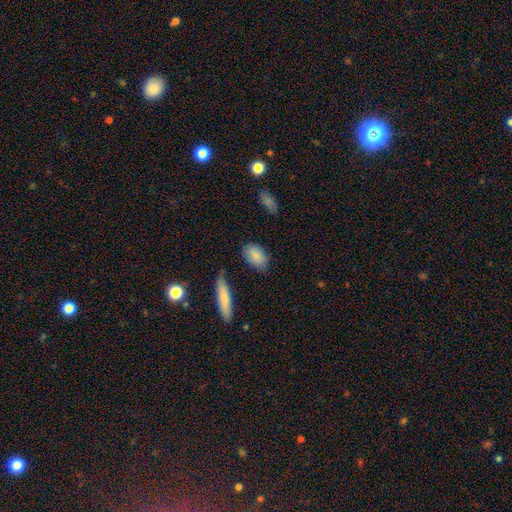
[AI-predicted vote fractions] Morphology: type=smooth (85%); roundness=in between (88%); merging=none (77%).